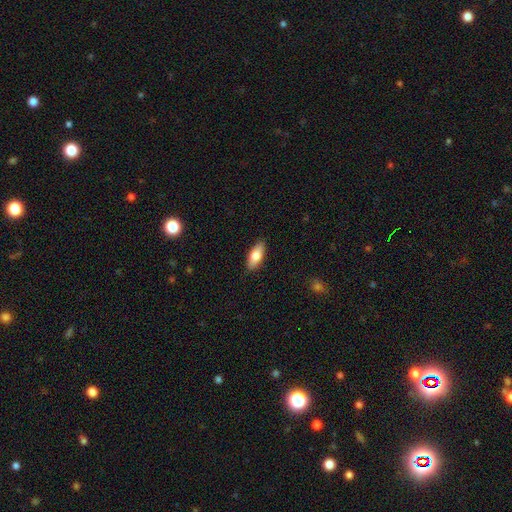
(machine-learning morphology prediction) A smooth galaxy with no disk features (77%) that is in between round and cigar-shaped (79%).

Vote fractions:
- Smooth or featured? smooth: 77% / featured or disk: 17% / star or artifact: 6%
- How rounded? in between: 79% / cigar-shaped: 19% / round: 2%
- Merging? none: 88% / minor disturbance: 9% / major disturbance: 2% / merger: 1%